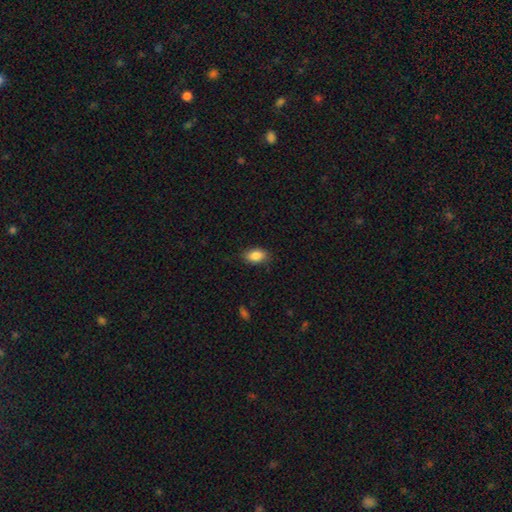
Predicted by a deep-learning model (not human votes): This appears to be a smooth galaxy with no disk features (86%) that is in between round and cigar-shaped (88%). Merging: none (84%).